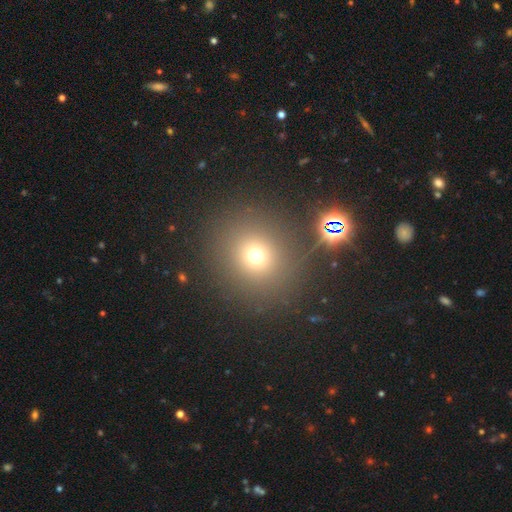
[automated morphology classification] smooth 68%, star or artifact 23%, featured or disk 10%. Down the decision tree: how rounded — round (86%); merging — none (82%).